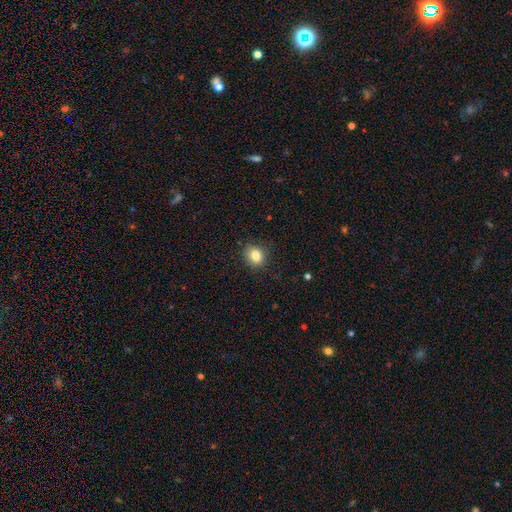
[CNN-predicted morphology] The model was most divided on "how rounded": round: 55%, in between: 44%, cigar-shaped: 1%. More confident: merging — none (86%); smooth or featured — smooth (83%).